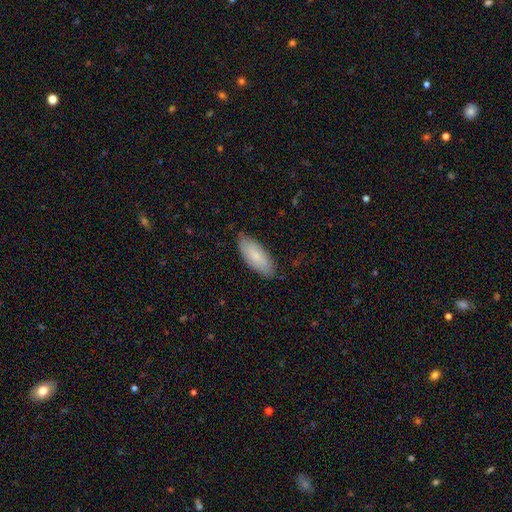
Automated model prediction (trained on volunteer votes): Morphology: type=smooth (80%); roundness=in between (80%); merging=none (81%).